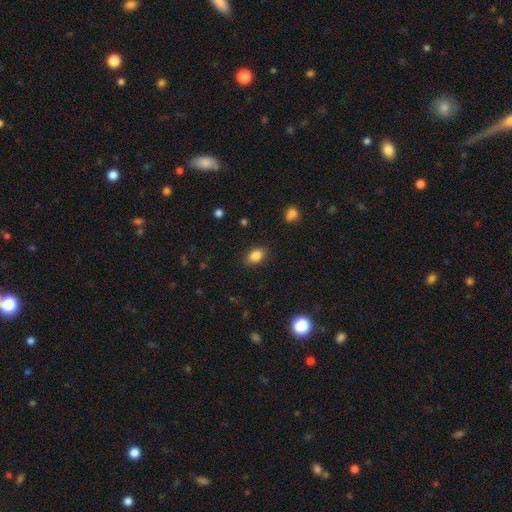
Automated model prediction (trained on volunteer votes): smooth_or_featured: smooth (p=0.86) [alt: star or artifact p=0.09]
how_rounded: in between (p=0.82) [alt: round p=0.16]
merging: none (p=0.86) [alt: minor disturbance p=0.10]